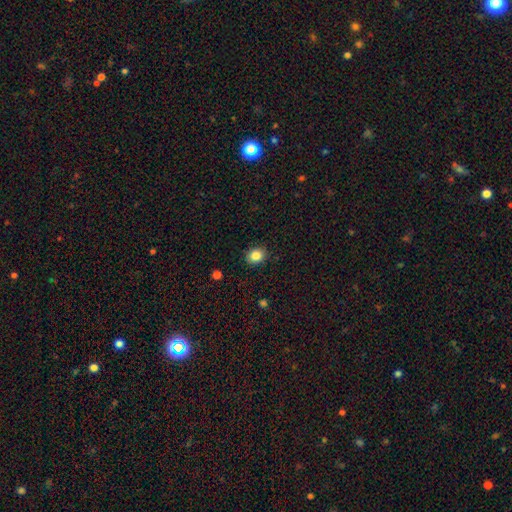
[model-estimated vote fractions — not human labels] Overall: smooth (85%). How rounded: round (61%; in between 38%). Merging: none (90%).